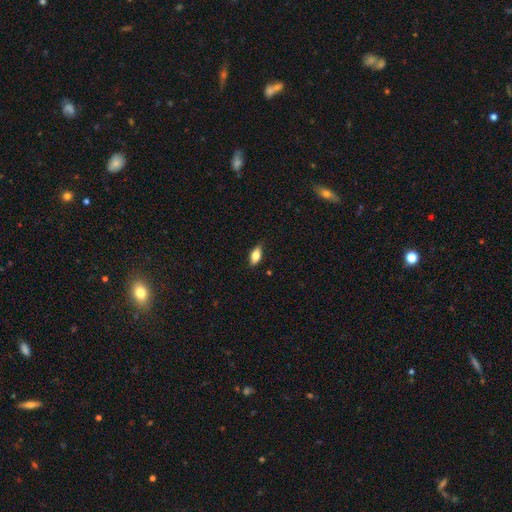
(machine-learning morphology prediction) smooth-or-featured: smooth: 74% | featured or disk: 19% | star or artifact: 7%
  how-rounded: in between: 85% | cigar-shaped: 12% | round: 4%
  merging: none: 85% | minor disturbance: 12% | major disturbance: 2% | merger: 1%